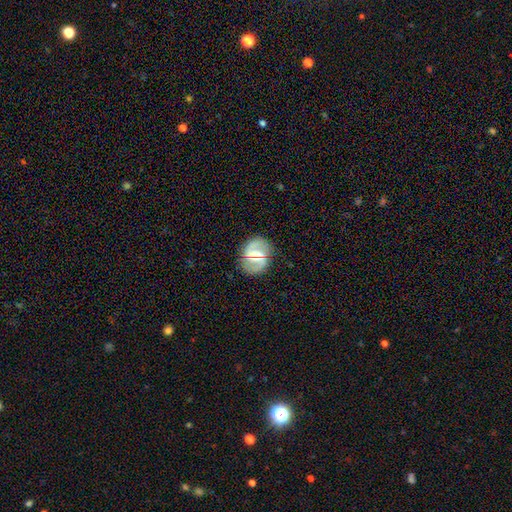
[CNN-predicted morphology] Q: Smooth or featured?
A: featured or disk (82%); runner-up: smooth (12%)
Q: Edge-on disk?
A: no (98%); runner-up: yes (2%)
Q: Bar?
A: weak (48%); runner-up: strong (41%)
Q: Spiral arms?
A: yes (94%); runner-up: no (6%)
Q: Spiral winding?
A: medium (51%); runner-up: loose (28%)
Q: Spiral arm count?
A: 2 (90%); runner-up: can't tell (4%)
Q: Bulge size?
A: small (44%); runner-up: moderate (42%)
Q: Merging?
A: none (81%); runner-up: minor disturbance (13%)